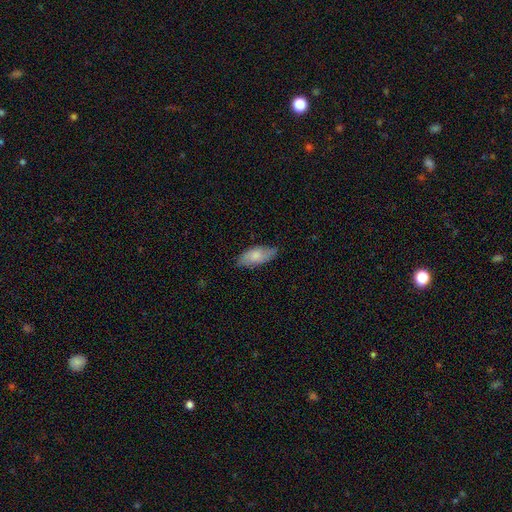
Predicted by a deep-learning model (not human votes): Morphology: type=smooth (73%); roundness=in between (85%); merging=none (74%).